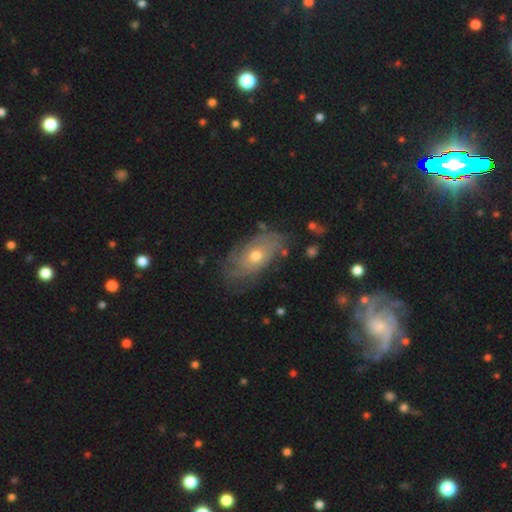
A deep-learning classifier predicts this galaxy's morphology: A featured or disk galaxy (66%) with no bar (84%), spiral arms (75%) and a moderate central bulge (61%). Merging: none (71%).